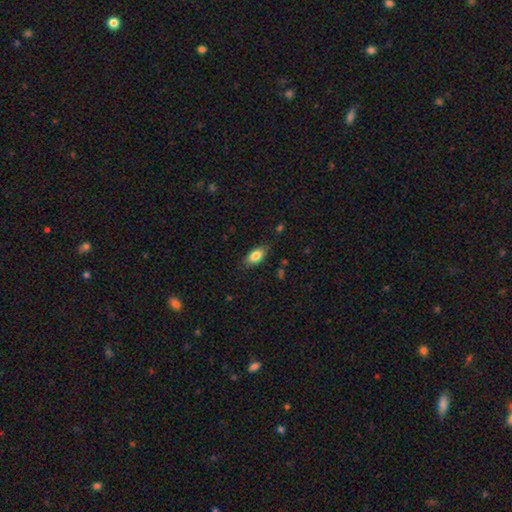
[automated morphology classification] Smooth or featured: smooth — 82% (featured or disk — 10%)
How rounded: in between — 90% (cigar-shaped — 6%)
Merging: none — 81% (minor disturbance — 15%)